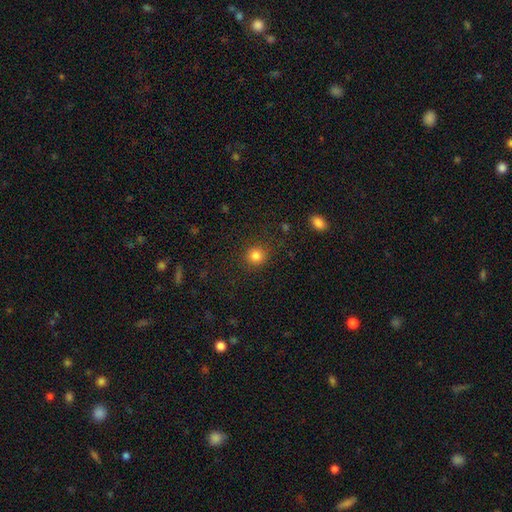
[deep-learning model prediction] Smooth or featured? Predicted: smooth (p=0.84). How rounded? Predicted: round (p=0.90). Merging? Predicted: none (p=0.87).